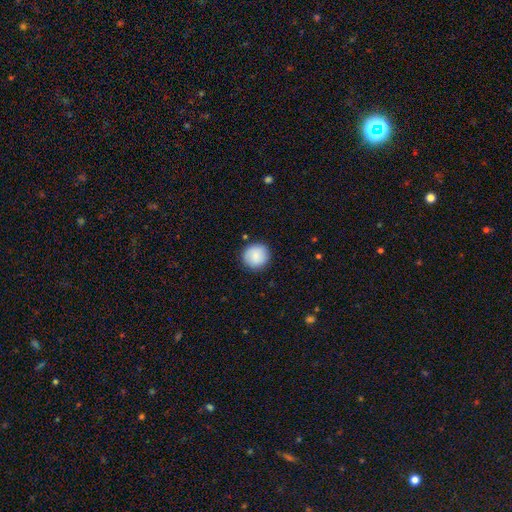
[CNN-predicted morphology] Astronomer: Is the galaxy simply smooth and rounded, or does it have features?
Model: smooth — 87%.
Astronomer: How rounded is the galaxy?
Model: round — 95%.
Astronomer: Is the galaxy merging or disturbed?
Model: none — 90%.